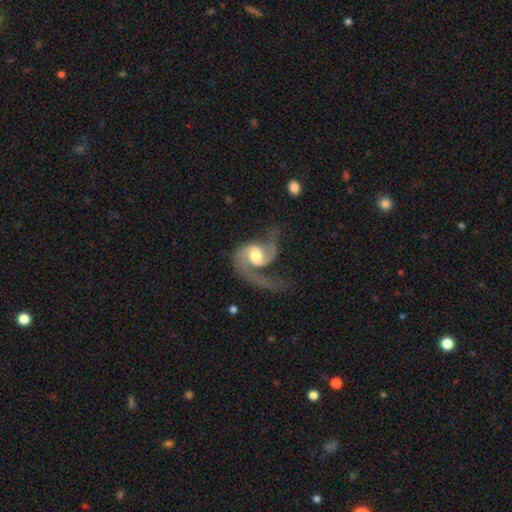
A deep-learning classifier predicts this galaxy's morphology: The model was most divided on "bar": no: 45%, weak: 44%, strong: 11%. Remaining: edge-on disk — no (98%); spiral arms — yes (96%); smooth or featured — featured or disk (86%); spiral arm count — 2 (72%); bulge size — moderate (65%); spiral winding — loose (48%); merging — major disturbance (41%).